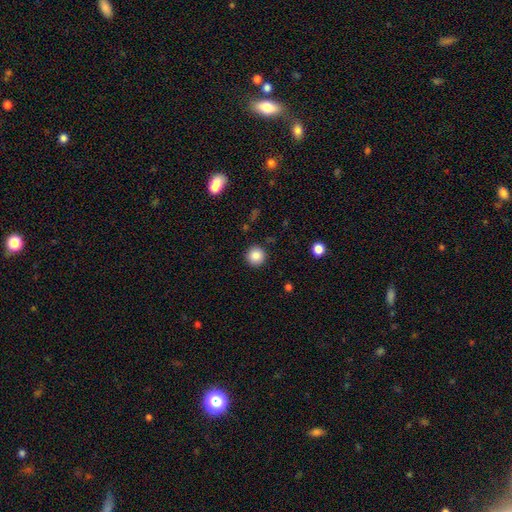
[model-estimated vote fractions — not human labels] A smooth galaxy with no disk features (86%) that is round (95%).

Vote fractions:
- Smooth or featured? smooth: 86% / star or artifact: 10% / featured or disk: 4%
- How rounded? round: 95% / in between: 4% / cigar-shaped: 1%
- Merging? none: 91% / minor disturbance: 5% / major disturbance: 2% / merger: 1%